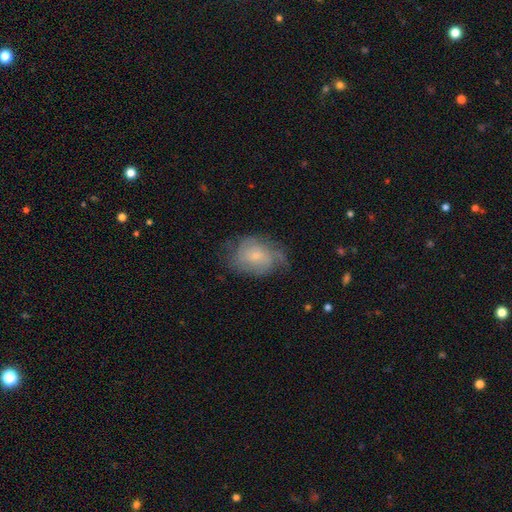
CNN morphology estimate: Smooth or featured: featured or disk — 55% (smooth — 37%)
Edge-on disk: no — 97% (yes — 3%)
Bar: no — 75% (weak — 22%)
Spiral arms: yes — 81% (no — 19%)
Bulge size: small — 68% (moderate — 24%)
Merging: none — 55% (minor disturbance — 28%)